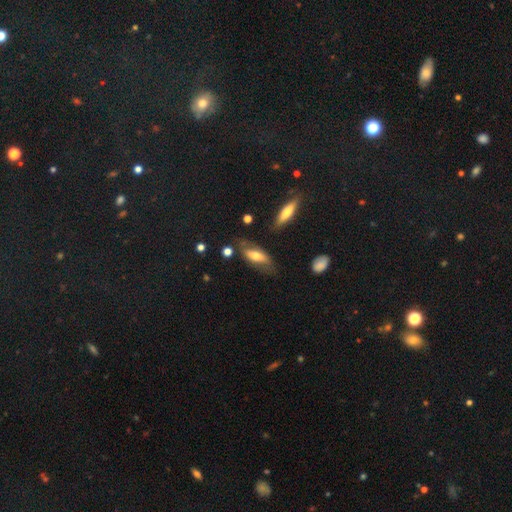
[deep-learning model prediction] smooth_or_featured: smooth (p=0.53) [alt: featured or disk p=0.40]
how_rounded: in between (p=0.70) [alt: cigar-shaped p=0.27]
merging: none (p=0.62) [alt: minor disturbance p=0.23]